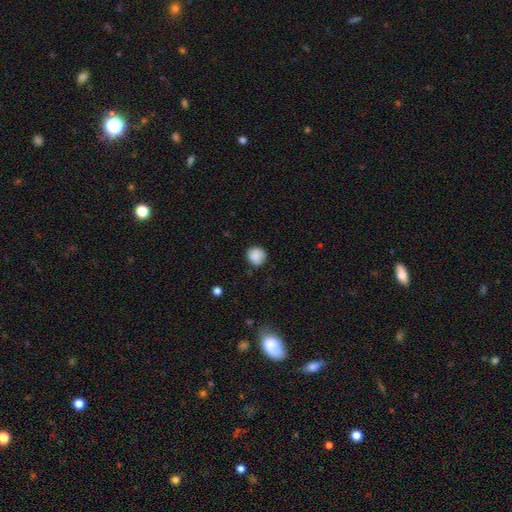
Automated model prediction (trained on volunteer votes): smooth 88%, star or artifact 8%, featured or disk 4%. Down the decision tree: how rounded — round (91%); merging — none (82%).